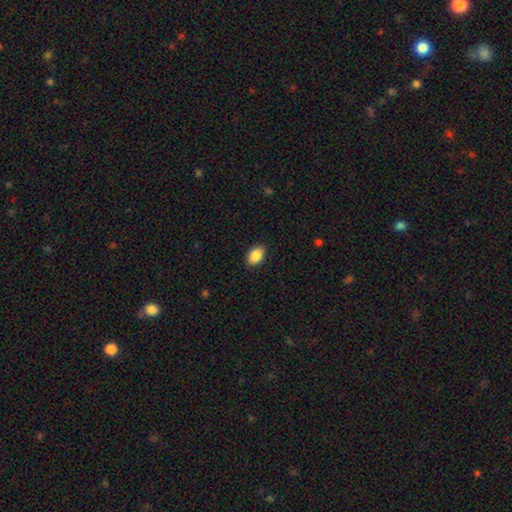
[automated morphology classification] smooth 89%, star or artifact 7%, featured or disk 4%. Down the decision tree: how rounded — in between (87%); merging — none (89%).